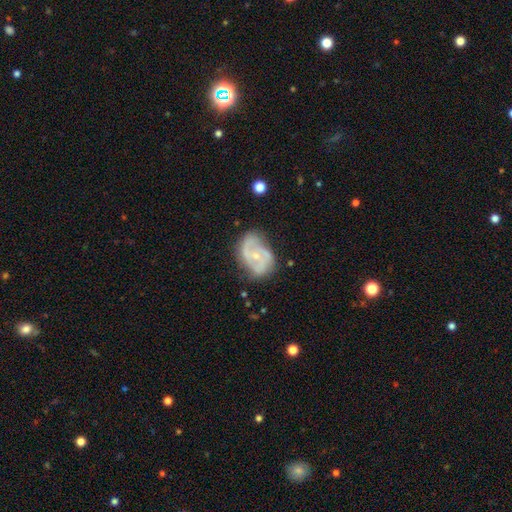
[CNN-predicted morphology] A featured or disk galaxy (79%) with no bar (63%), 2 (61%) medium (46%) spiral arms (89%) and a small central bulge (65%).

Vote fractions:
- Smooth or featured? featured or disk: 79% / smooth: 15% / star or artifact: 6%
- Edge-on disk? no: 97% / yes: 3%
- Bar? no: 63% / weak: 31% / strong: 7%
- Spiral arms? yes: 89% / no: 11%
- Spiral winding? medium: 46% / tight: 34% / loose: 19%
- Spiral arm count? 2: 61% / can't tell: 16% / 3: 14% / 1: 4% / 4: 3% / more than 4: 2%
- Bulge size? small: 65% / moderate: 30% / none: 3% / large: 1% / dominant: 1%
- Merging? none: 57% / minor disturbance: 28% / major disturbance: 13% / merger: 2%